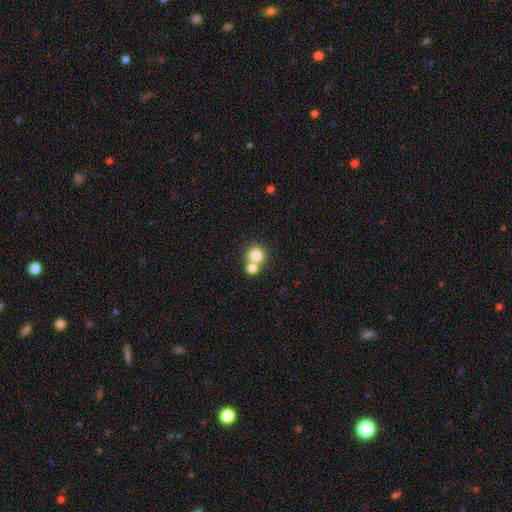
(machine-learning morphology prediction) Smooth or featured? Predicted: smooth (p=0.80). How rounded? Predicted: round (p=0.89). Merging? Predicted: none (p=0.51).